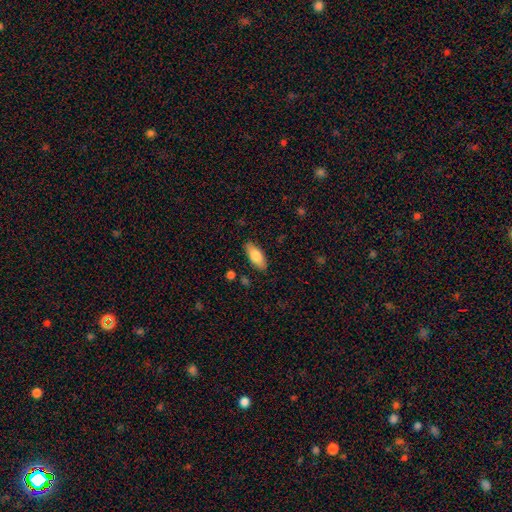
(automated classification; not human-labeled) This appears to be a smooth galaxy with no disk features (81%) that is in between round and cigar-shaped (84%). Merging: none (86%).